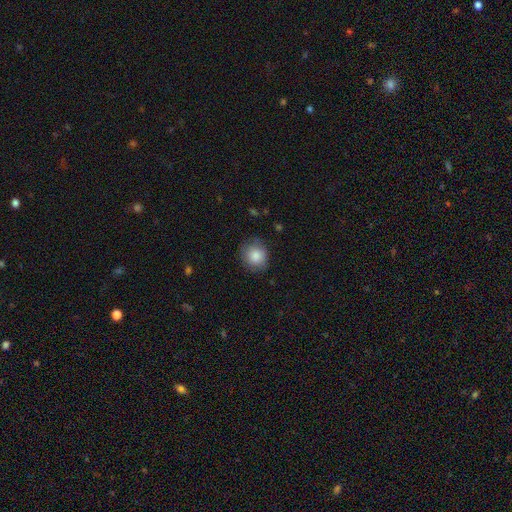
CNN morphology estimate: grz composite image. It shows a smooth galaxy with no disk features (85%) that is round (80%). Merging: none (77%).